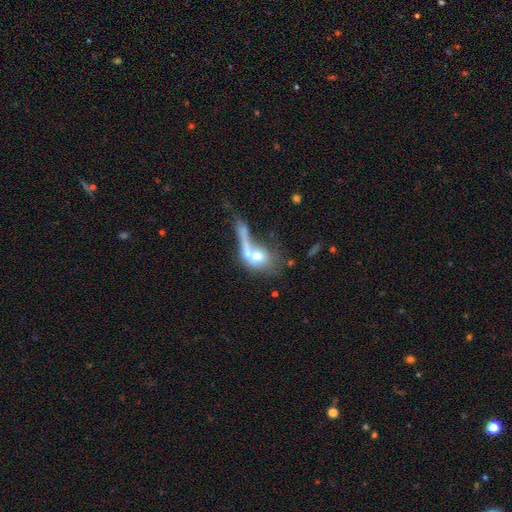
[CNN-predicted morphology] Smooth or featured? Predicted: smooth (p=0.56). How rounded? Predicted: round (p=0.50). Merging? Predicted: merger (p=0.49).